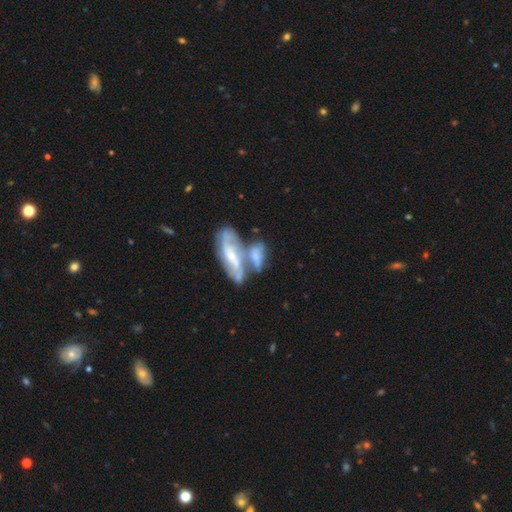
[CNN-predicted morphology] A featured or disk galaxy (53%).

Vote fractions:
- Smooth or featured? featured or disk: 53% / smooth: 39% / star or artifact: 8%
- Edge-on disk? no: 84% / yes: 16%
- Merging? merger: 63% / none: 19% / minor disturbance: 9% / major disturbance: 8%